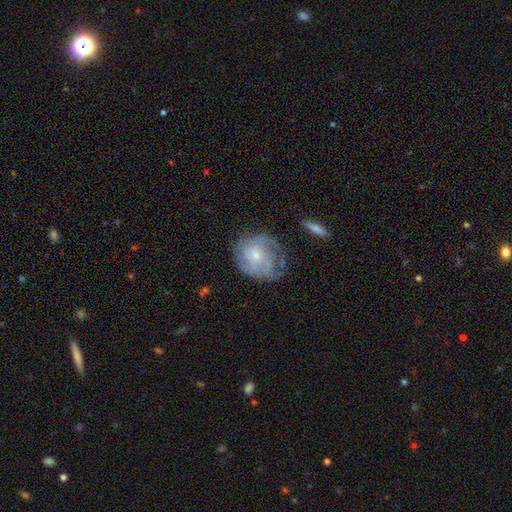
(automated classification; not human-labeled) featured or disk 71%, smooth 23%, star or artifact 7%. Down the decision tree: edge-on disk — no (97%); bar — no (72%); spiral arms — yes (85%); spiral arm count — can't tell (41%); spiral winding — tight (55%); bulge size — small (52%); merging — none (57%).